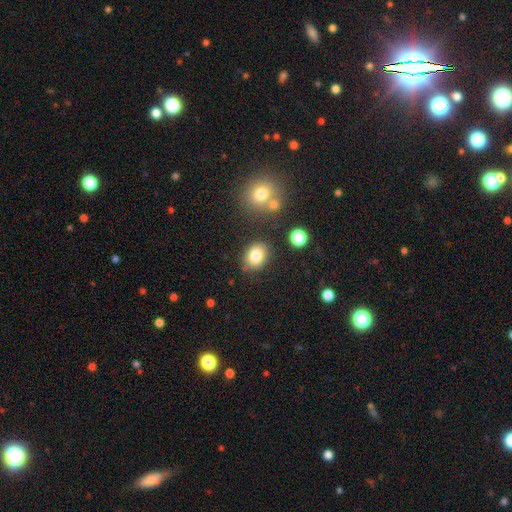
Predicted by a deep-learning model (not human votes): Smooth or featured?
  - smooth: 81% *
  - star or artifact: 10%
  - featured or disk: 9%
How rounded?
  - in between: 50% *
  - round: 49%
  - cigar-shaped: 1%
Merging?
  - none: 80% *
  - minor disturbance: 12%
  - merger: 5%
  - major disturbance: 3%